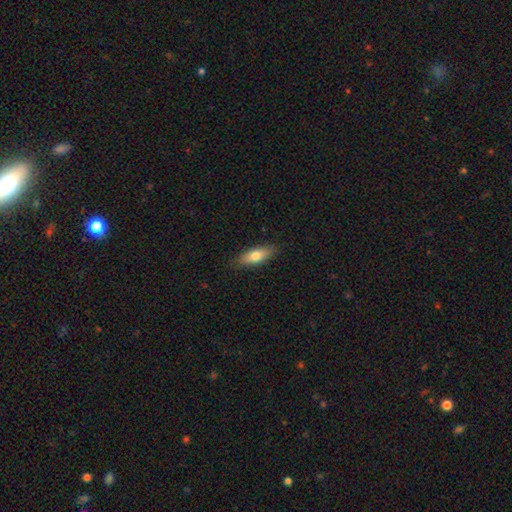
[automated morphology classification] Smooth or featured?
  - smooth: 73% *
  - featured or disk: 21%
  - star or artifact: 6%
How rounded?
  - in between: 65% *
  - cigar-shaped: 33%
  - round: 3%
Merging?
  - none: 86% *
  - minor disturbance: 11%
  - major disturbance: 2%
  - merger: 1%